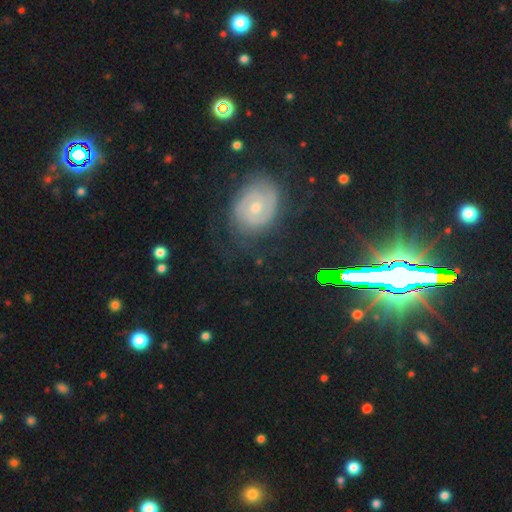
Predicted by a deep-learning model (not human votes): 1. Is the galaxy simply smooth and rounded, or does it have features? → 46% featured or disk, 34% star or artifact, 20% smooth.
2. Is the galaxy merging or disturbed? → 78% none, 14% minor disturbance, 6% major disturbance, 2% merger.